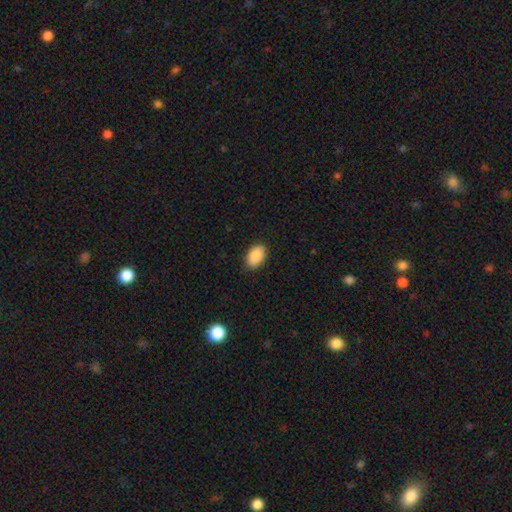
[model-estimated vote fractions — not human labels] This appears to be a smooth galaxy with no disk features (91%) that is in between round and cigar-shaped (92%). Merging: none (89%).